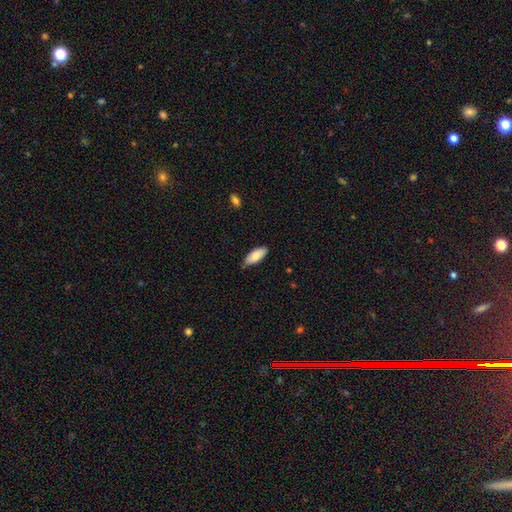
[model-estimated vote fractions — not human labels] A smooth galaxy with no disk features (82%) that is in between round and cigar-shaped (83%). Merging: none (81%).